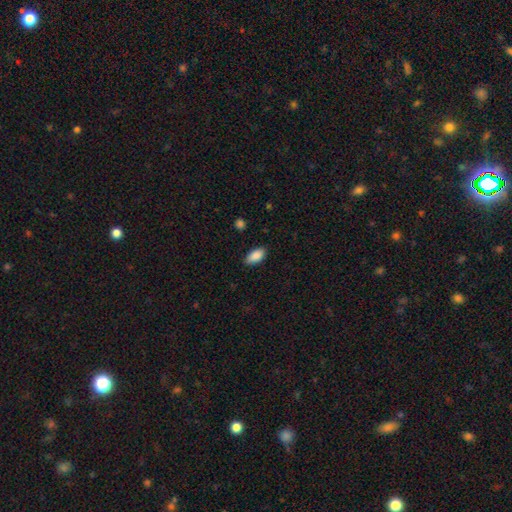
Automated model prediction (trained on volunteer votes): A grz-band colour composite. It shows a smooth galaxy with no disk features (89%) that is in between round and cigar-shaped (92%). Merging: none (86%).